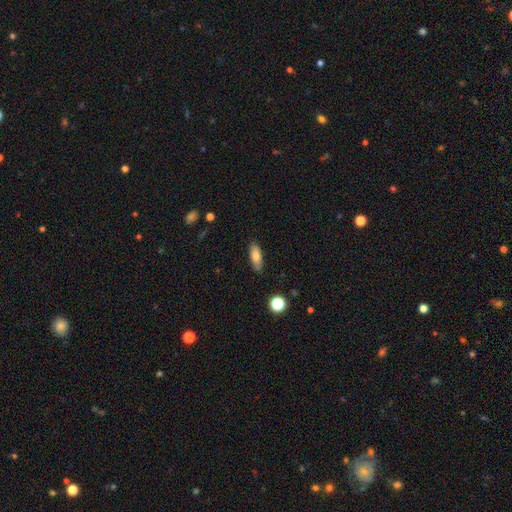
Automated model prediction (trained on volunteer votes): smooth-or-featured: smooth: 77% | featured or disk: 15% | star or artifact: 8%
  how-rounded: in between: 64% | cigar-shaped: 33% | round: 3%
  merging: none: 86% | minor disturbance: 11% | major disturbance: 2% | merger: 1%